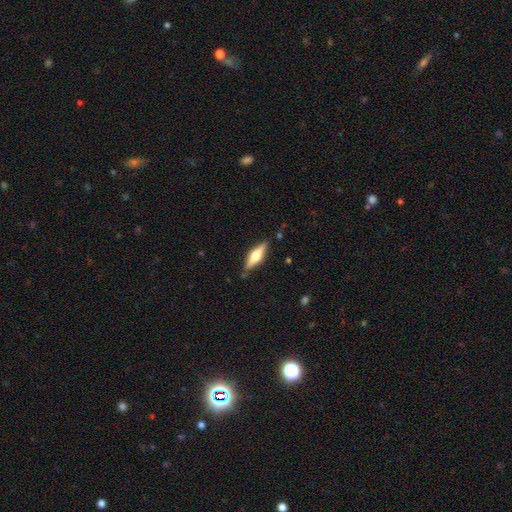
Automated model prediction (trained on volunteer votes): Smooth or featured? featured or disk (58%)
Edge-on disk? yes (95%)
Edge-on bulge? rounded (88%)
Merging? none (84%)